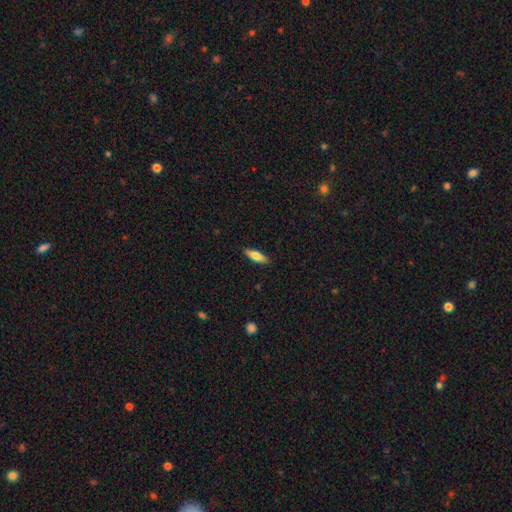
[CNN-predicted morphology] This is likely a smooth galaxy (74%). How rounded: possibly in between (50%). Merging: clearly none (88%).